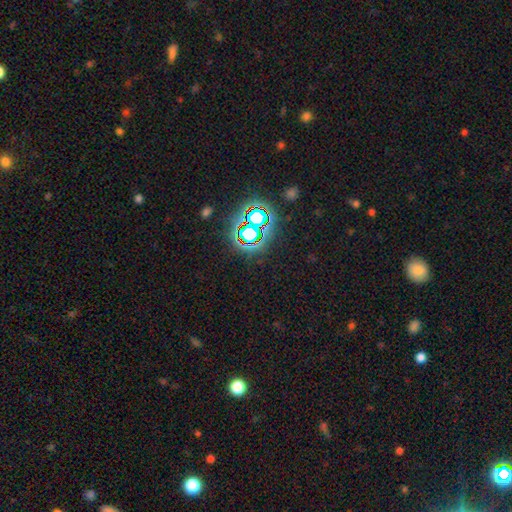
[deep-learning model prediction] smooth-or-featured: star or artifact: 76% | smooth: 16% | featured or disk: 8%